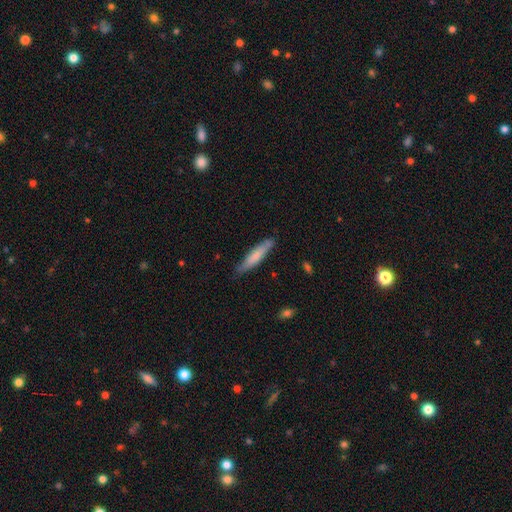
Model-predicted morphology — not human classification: This is likely a smooth galaxy (71%). How rounded: clearly cigar-shaped (88%). Merging: likely none (79%).